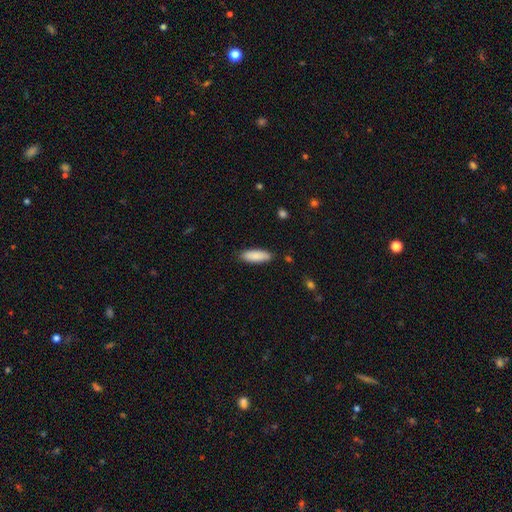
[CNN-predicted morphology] Smooth or featured? Predicted: smooth (p=0.88). How rounded? Predicted: in between (p=0.57). Merging? Predicted: none (p=0.86).